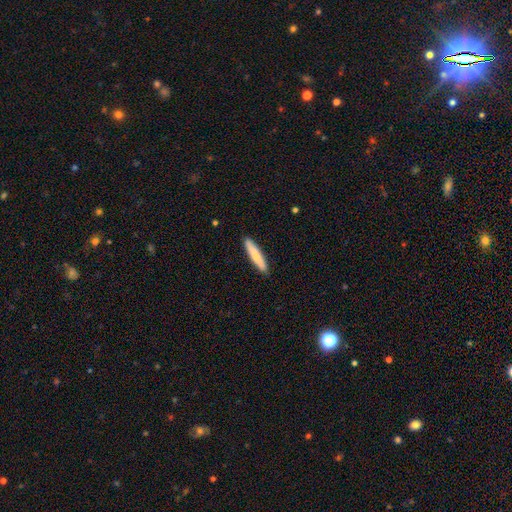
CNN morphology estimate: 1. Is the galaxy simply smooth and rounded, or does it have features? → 76% smooth, 19% featured or disk, 5% star or artifact.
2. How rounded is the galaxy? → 91% cigar-shaped, 8% in between, 1% round.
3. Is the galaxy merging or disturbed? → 90% none, 7% minor disturbance, 1% major disturbance, 1% merger.